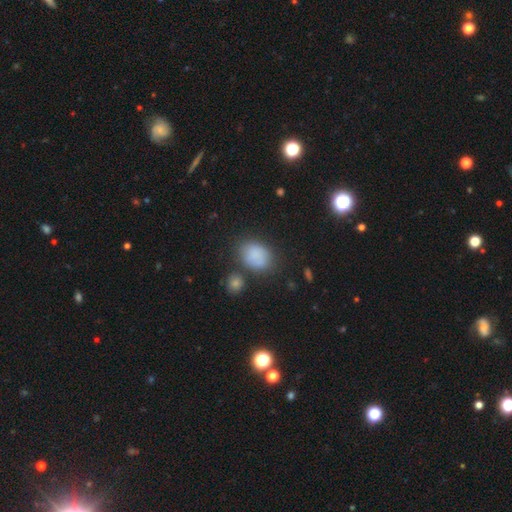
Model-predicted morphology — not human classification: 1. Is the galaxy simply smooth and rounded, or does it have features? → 83% smooth, 10% star or artifact, 8% featured or disk.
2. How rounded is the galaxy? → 63% in between, 36% round, 1% cigar-shaped.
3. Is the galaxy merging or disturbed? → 63% none, 19% minor disturbance, 10% merger, 7% major disturbance.